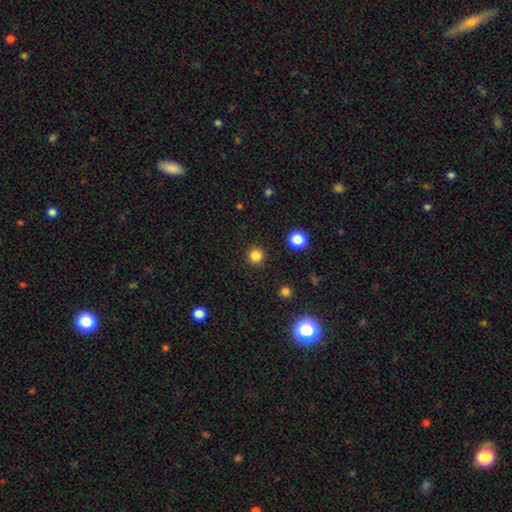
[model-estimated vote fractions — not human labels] Morphology: type=smooth (83%); roundness=round (95%); merging=none (92%).